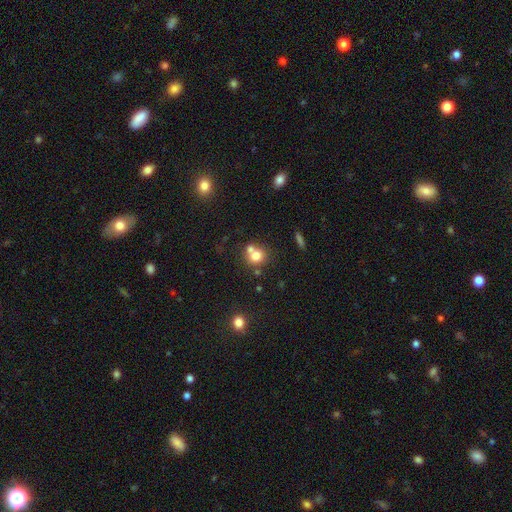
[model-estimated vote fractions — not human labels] Q: Smooth or featured?
A: smooth (74%); runner-up: featured or disk (13%)
Q: How rounded?
A: round (82%); runner-up: in between (17%)
Q: Merging?
A: none (46%); runner-up: merger (42%)